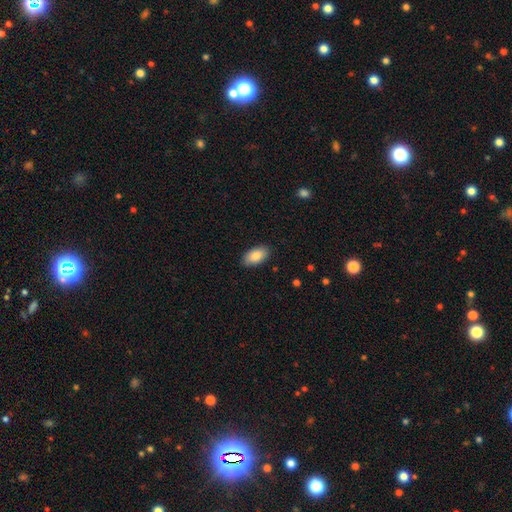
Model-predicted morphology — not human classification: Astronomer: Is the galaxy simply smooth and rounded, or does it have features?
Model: smooth — 85%.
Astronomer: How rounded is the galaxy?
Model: in between — 94%.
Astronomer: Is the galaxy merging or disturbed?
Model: none — 88%.